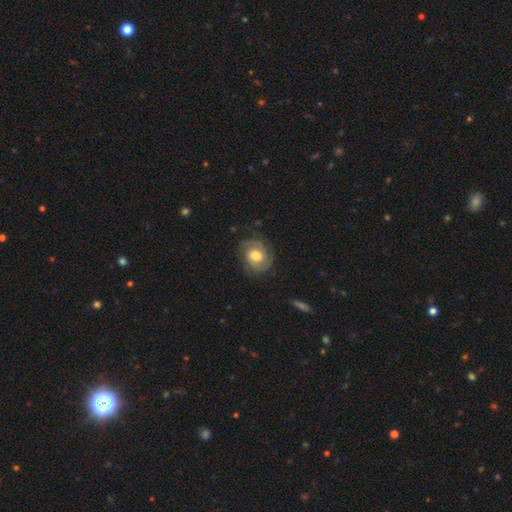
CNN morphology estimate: This is likely a featured or disk galaxy (61%). It is clearly not viewed edge-on (97%). Bar: likely no (67%). Spiral arm pattern: clearly yes (86%). Spiral arm count: possibly 2 (60%). Spiral winding: possibly tight (56%). Central bulge: possibly moderate (55%). Merging: likely none (74%).